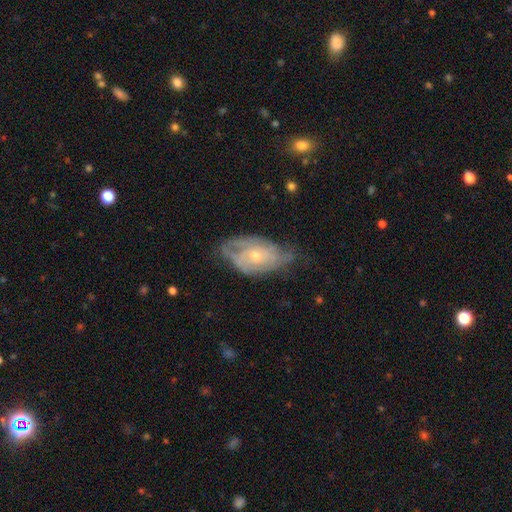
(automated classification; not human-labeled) smooth-or-featured: featured or disk: 69% | smooth: 25% | star or artifact: 7%
  disk-edge-on: no: 93% | yes: 7%
    bar: no: 77% | weak: 20% | strong: 4%
    has-spiral-arms: yes: 75% | no: 25%
    bulge-size: small: 62% | moderate: 35% | large: 1% | none: 1% | dominant: 1%
  merging: none: 48% | minor disturbance: 34% | major disturbance: 17% | merger: 2%